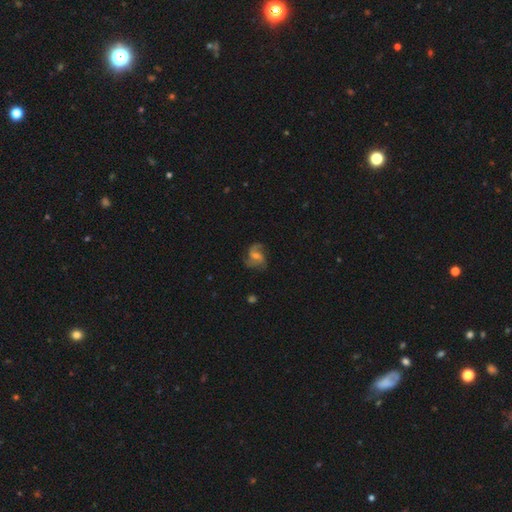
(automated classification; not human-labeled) This appears to be a featured or disk galaxy (71%) with a weak bar (45%), 2 (42%) medium (48%) spiral arms (93%) and a moderate central bulge (44%). Merging: none (67%).